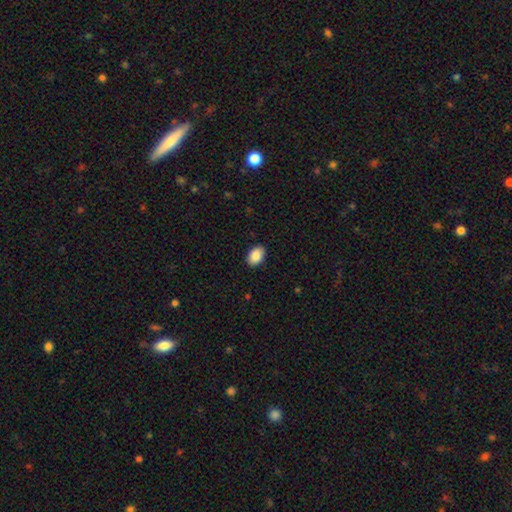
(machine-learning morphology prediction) Smooth or featured? Predicted: smooth (p=0.89). How rounded? Predicted: in between (p=0.86). Merging? Predicted: none (p=0.90).